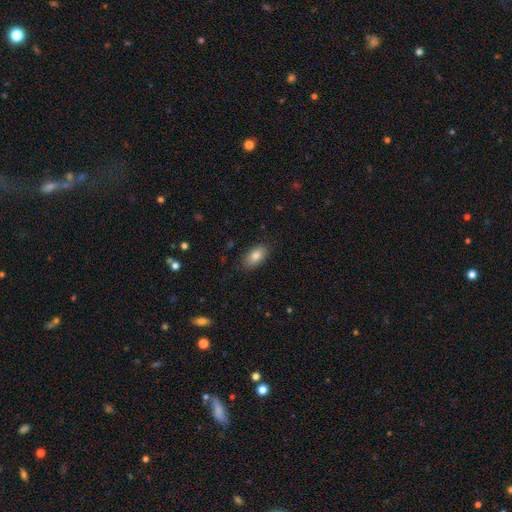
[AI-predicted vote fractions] Q: Smooth or featured?
A: smooth (82%); runner-up: featured or disk (11%)
Q: How rounded?
A: in between (92%); runner-up: round (5%)
Q: Merging?
A: none (86%); runner-up: minor disturbance (10%)